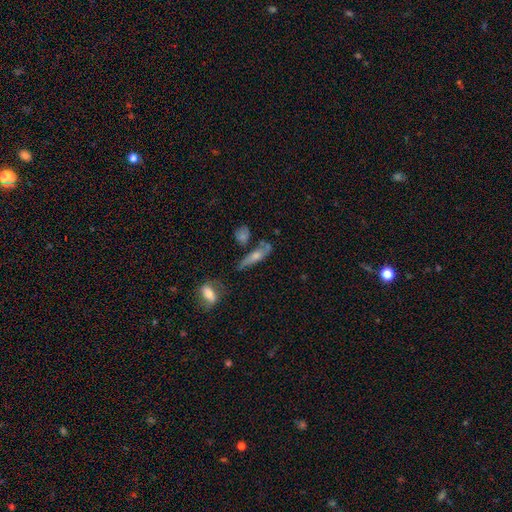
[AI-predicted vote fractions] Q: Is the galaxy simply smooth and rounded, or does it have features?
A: featured or disk — 53%.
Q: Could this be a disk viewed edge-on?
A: yes — 56%.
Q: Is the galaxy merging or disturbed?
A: none — 53%.